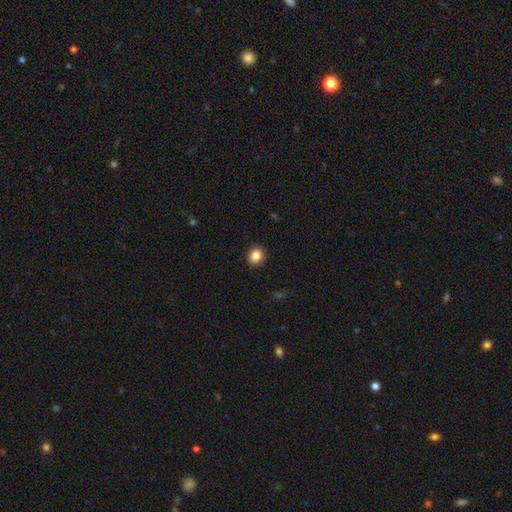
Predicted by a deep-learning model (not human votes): Q: Smooth or featured?
A: smooth (86%); runner-up: star or artifact (10%)
Q: How rounded?
A: round (72%); runner-up: in between (27%)
Q: Merging?
A: none (91%); runner-up: minor disturbance (6%)